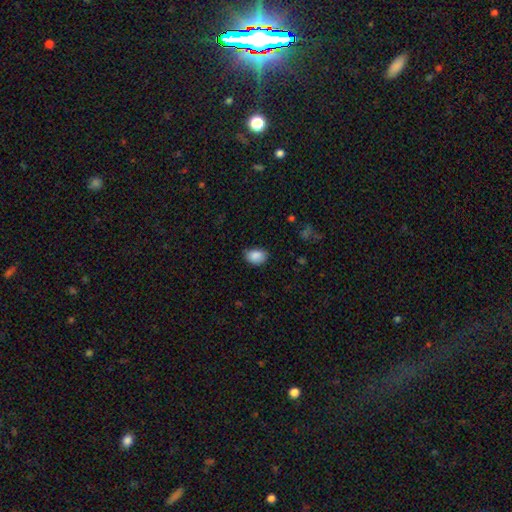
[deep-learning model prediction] A smooth galaxy with no disk features (89%) that is in between round and cigar-shaped (77%). Merging: none (77%).